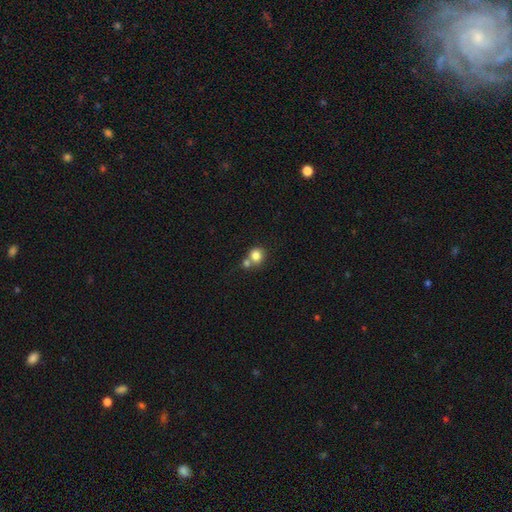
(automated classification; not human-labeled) smooth 82%, star or artifact 10%, featured or disk 8%. Down the decision tree: how rounded — round (84%); merging — none (47%).